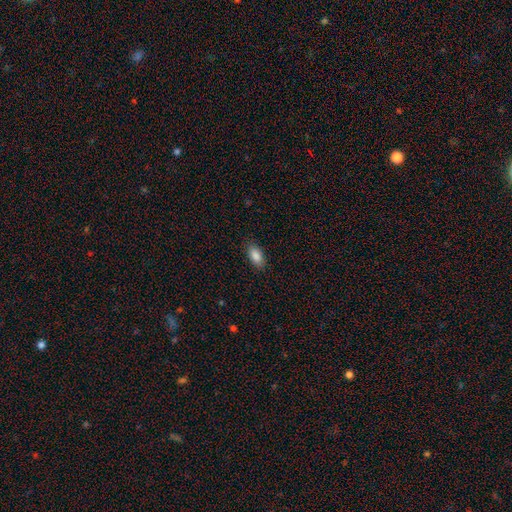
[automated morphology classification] This appears to be a smooth galaxy with no disk features (88%) that is in between round and cigar-shaped (91%). Merging: none (86%).